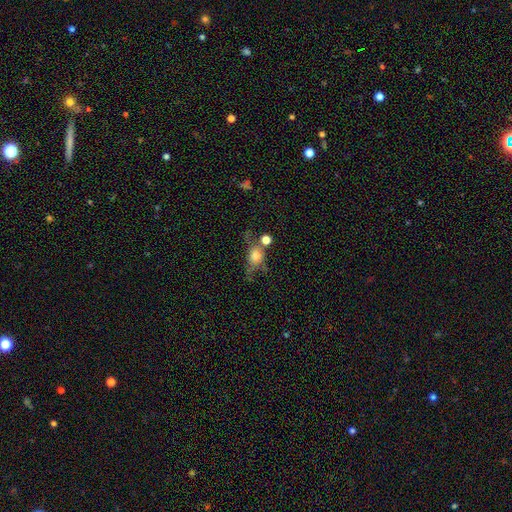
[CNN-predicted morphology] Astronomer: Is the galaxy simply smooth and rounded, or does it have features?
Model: smooth — 59%.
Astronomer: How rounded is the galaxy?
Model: round — 59% (runner-up: in between, 36%).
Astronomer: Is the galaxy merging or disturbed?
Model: none — 38% (runner-up: merger, 22%).